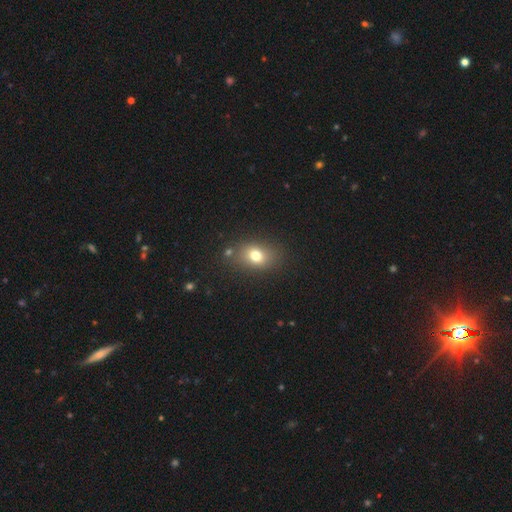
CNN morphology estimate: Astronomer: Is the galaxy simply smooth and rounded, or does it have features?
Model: smooth — 75%.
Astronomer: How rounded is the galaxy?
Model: in between — 67%.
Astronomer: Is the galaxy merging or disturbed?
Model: none — 78%.